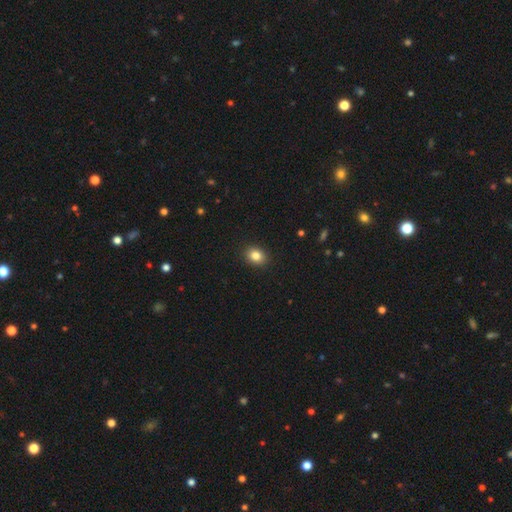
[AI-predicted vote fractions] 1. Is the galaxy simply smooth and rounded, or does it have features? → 84% smooth, 10% star or artifact, 6% featured or disk.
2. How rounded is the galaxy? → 50% round, 49% in between, 1% cigar-shaped.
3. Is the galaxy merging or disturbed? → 90% none, 7% minor disturbance, 2% major disturbance, 1% merger.